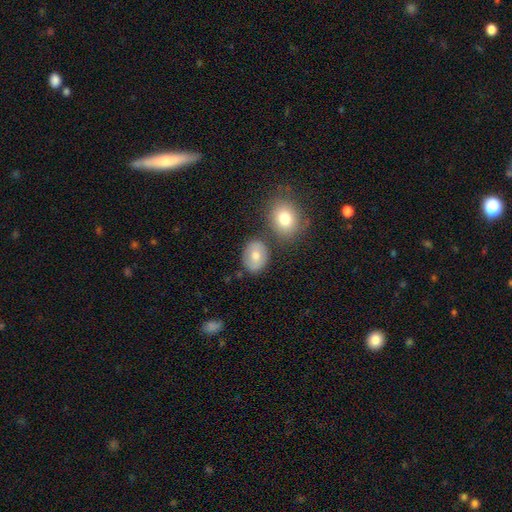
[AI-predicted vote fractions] The model was most divided on "how rounded" (2-way tie): round: 49%, in between: 49%, cigar-shaped: 1%. More confident: merging — none (74%); smooth or featured — smooth (71%).